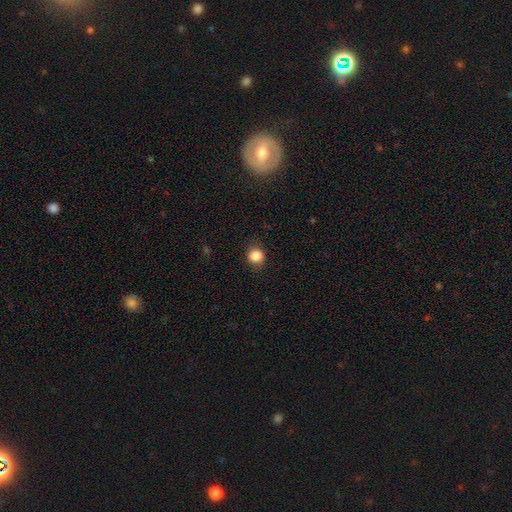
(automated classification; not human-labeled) Smooth or featured?
  - smooth: 85% *
  - star or artifact: 10%
  - featured or disk: 5%
How rounded?
  - round: 83% *
  - in between: 16%
  - cigar-shaped: 1%
Merging?
  - none: 83% *
  - minor disturbance: 12%
  - major disturbance: 4%
  - merger: 1%